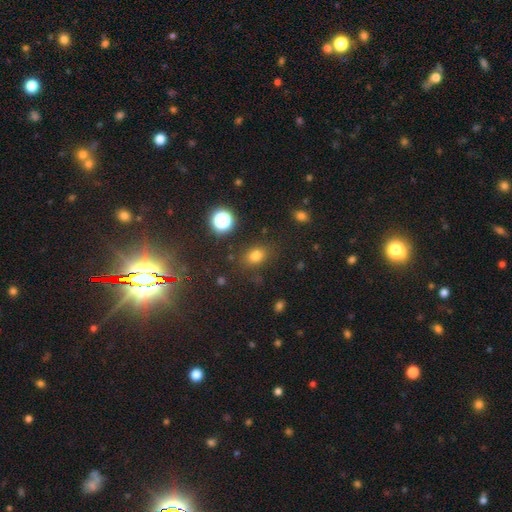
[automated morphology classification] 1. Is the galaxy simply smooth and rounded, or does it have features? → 74% smooth, 19% star or artifact, 7% featured or disk.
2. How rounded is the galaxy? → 59% in between, 39% round, 2% cigar-shaped.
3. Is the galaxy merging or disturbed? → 80% none, 12% minor disturbance, 5% major disturbance, 3% merger.